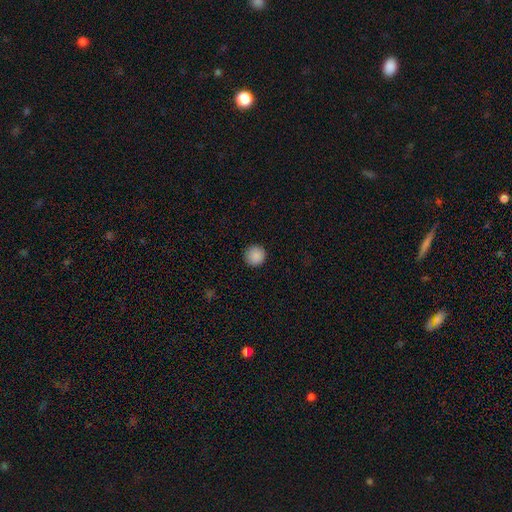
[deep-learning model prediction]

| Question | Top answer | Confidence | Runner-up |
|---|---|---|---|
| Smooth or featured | smooth | 89% | star or artifact (8%) |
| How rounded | round | 96% | in between (3%) |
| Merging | none | 92% | minor disturbance (5%) |